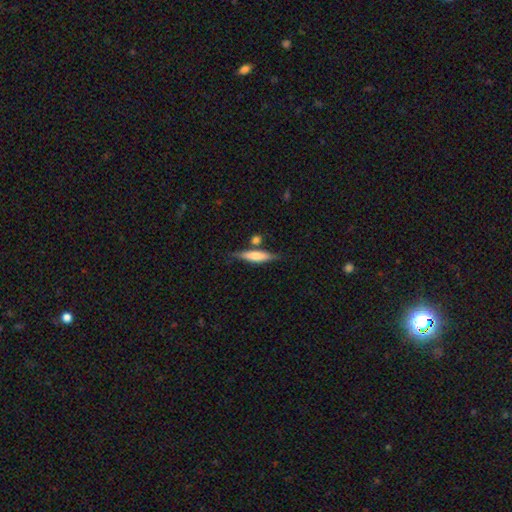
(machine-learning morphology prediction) smooth 56%, featured or disk 38%, star or artifact 6%. Down the decision tree: how rounded — cigar-shaped (80%); merging — none (70%).